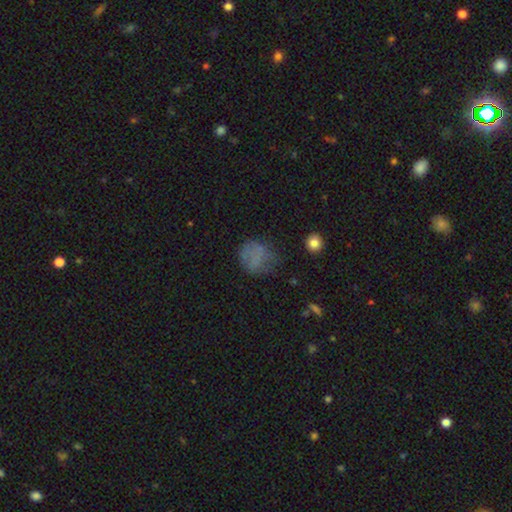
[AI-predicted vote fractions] smooth 63%, featured or disk 19%, star or artifact 18%. Down the decision tree: how rounded — round (74%); merging — none (53%).